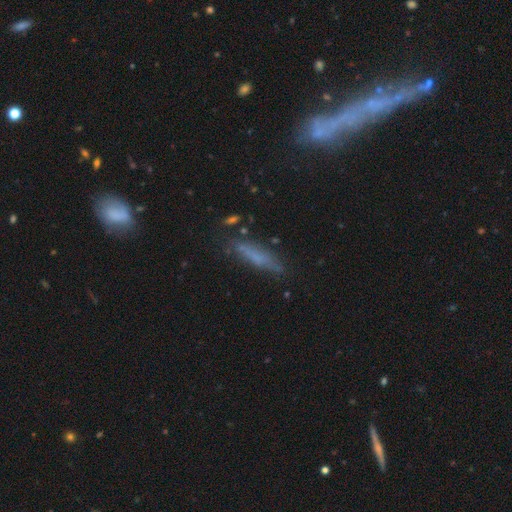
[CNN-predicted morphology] This is possibly a smooth galaxy (54%). How rounded: clearly cigar-shaped (81%). Merging: likely none (70%).